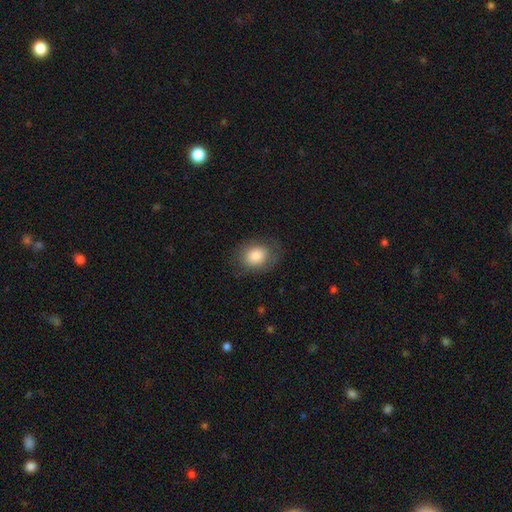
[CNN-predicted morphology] Overall: smooth (82%). How rounded: in between (60%; round 39%). Merging: none (78%).